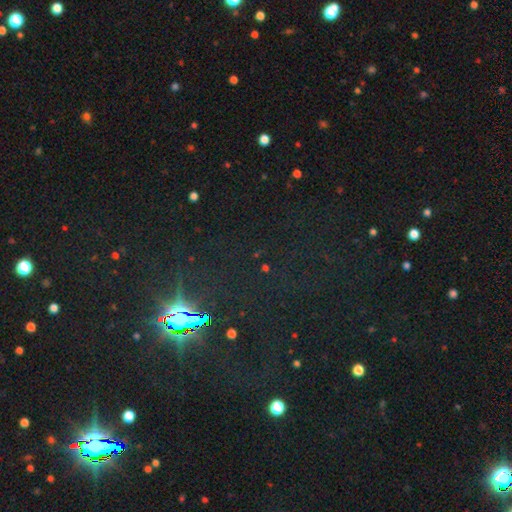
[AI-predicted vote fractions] Smooth or featured: star or artifact — 81% (smooth — 11%)